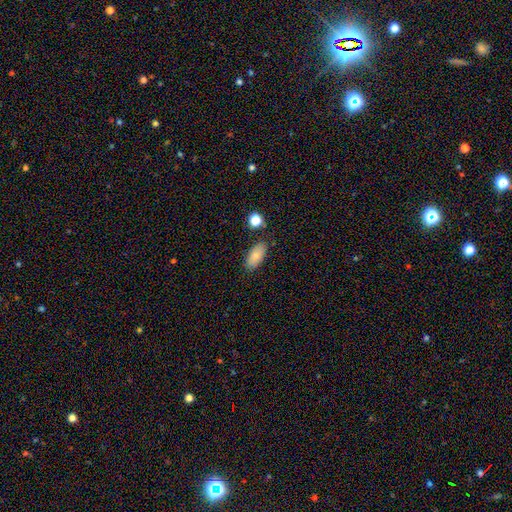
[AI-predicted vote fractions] smooth 82%, featured or disk 11%, star or artifact 8%. Down the decision tree: how rounded — in between (89%); merging — none (82%).